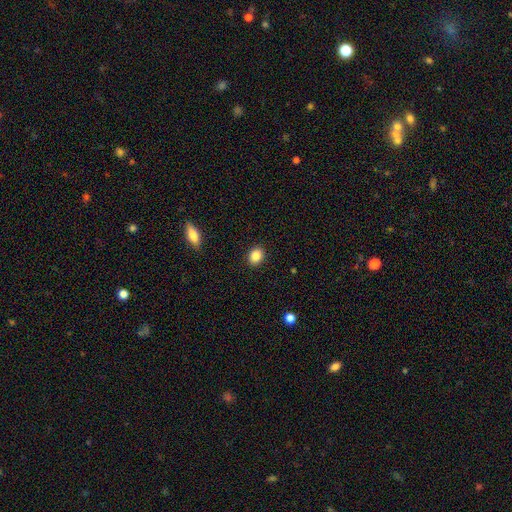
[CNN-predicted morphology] A smooth galaxy with no disk features (86%) that is in between round and cigar-shaped (52%). Merging: none (90%).